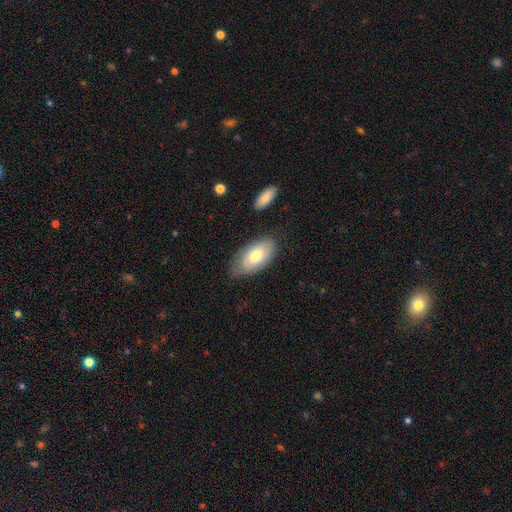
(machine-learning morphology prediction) Smooth or featured?
  - smooth: 69% *
  - featured or disk: 25%
  - star or artifact: 6%
How rounded?
  - in between: 94% *
  - round: 3%
  - cigar-shaped: 3%
Merging?
  - none: 67% *
  - minor disturbance: 24%
  - major disturbance: 6%
  - merger: 3%